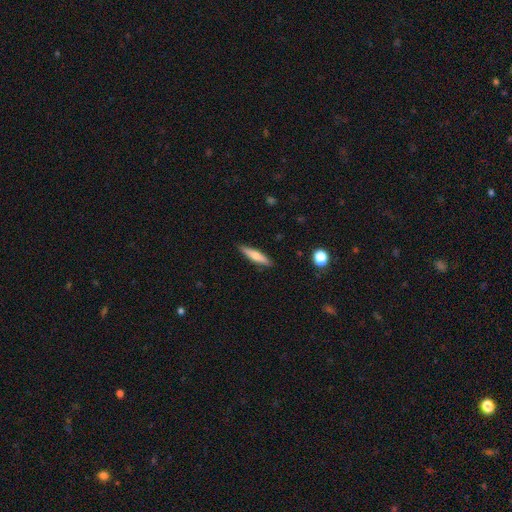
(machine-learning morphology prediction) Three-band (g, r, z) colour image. It shows a smooth galaxy with no disk features (59%) that is cigar-shaped (82%). Merging: none (89%).